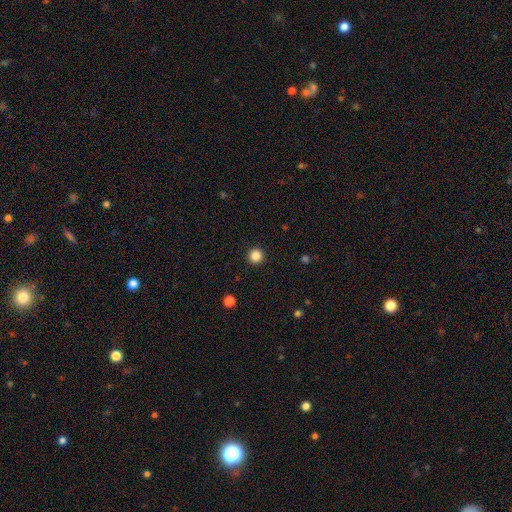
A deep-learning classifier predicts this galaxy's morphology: A smooth galaxy with no disk features (85%) that is round (96%). Merging: none (93%).